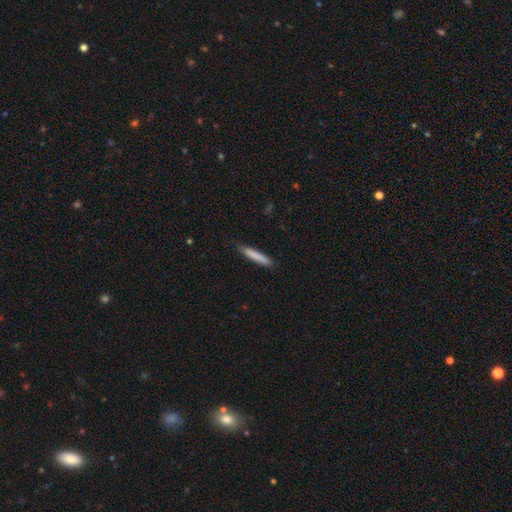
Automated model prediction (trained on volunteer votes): The model was most divided on "smooth or featured": smooth: 82%, featured or disk: 12%, star or artifact: 6%. More confident: how rounded — cigar-shaped (93%); merging — none (83%).